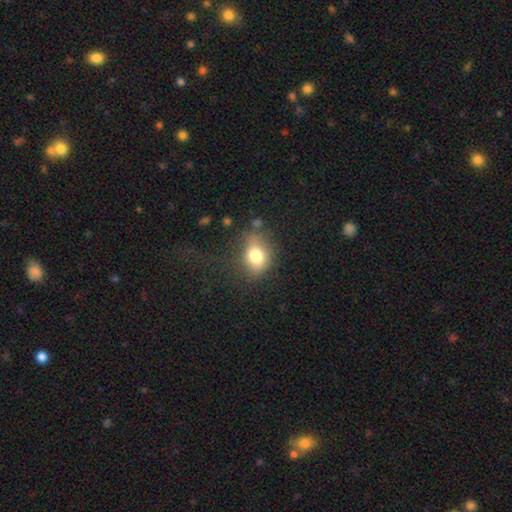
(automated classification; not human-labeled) A smooth galaxy with no disk features (77%) that is in between round and cigar-shaped (56%). Merging: none (59%).